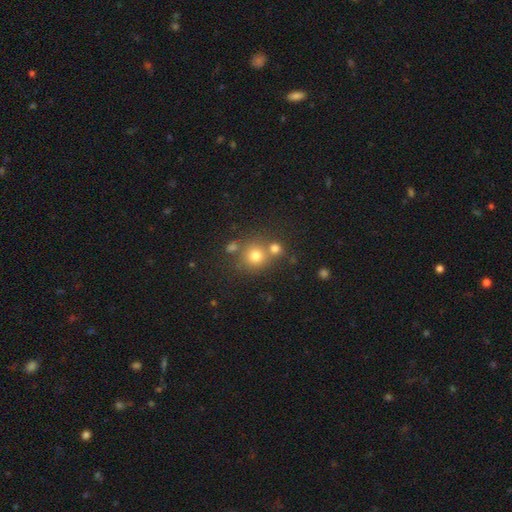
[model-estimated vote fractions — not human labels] Q: Smooth or featured?
A: smooth (73%); runner-up: star or artifact (16%)
Q: How rounded?
A: round (90%); runner-up: in between (9%)
Q: Merging?
A: none (62%); runner-up: merger (25%)